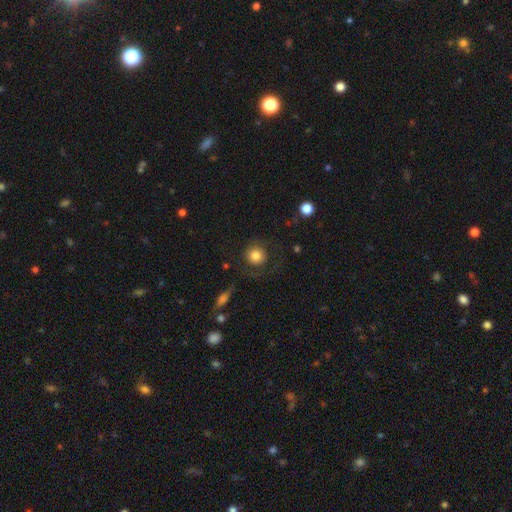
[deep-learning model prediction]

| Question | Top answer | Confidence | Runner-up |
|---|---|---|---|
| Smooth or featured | smooth | 78% | featured or disk (14%) |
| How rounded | round | 92% | in between (7%) |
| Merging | none | 69% | major disturbance (16%) |